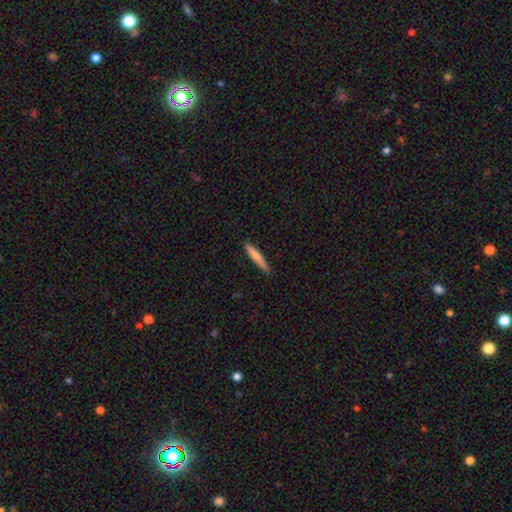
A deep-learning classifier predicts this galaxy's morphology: Smooth or featured? smooth (73%)
How rounded? cigar-shaped (93%)
Merging? none (87%)